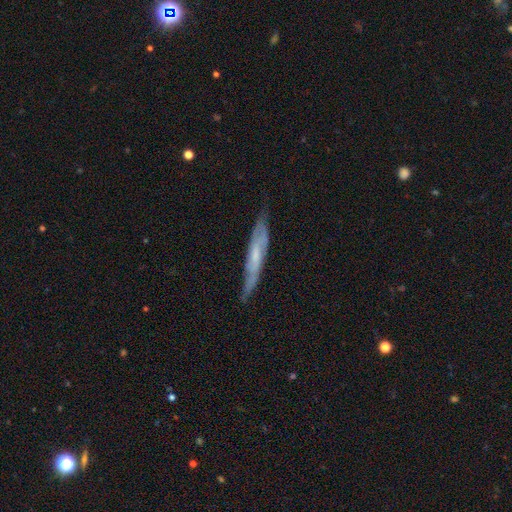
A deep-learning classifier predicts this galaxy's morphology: Smooth or featured? Predicted: featured or disk (p=0.64). Edge-on disk? Predicted: yes (p=0.62). Merging? Predicted: none (p=0.73).